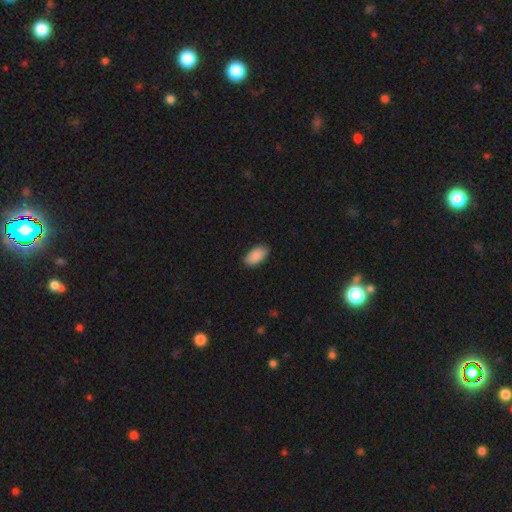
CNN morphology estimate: smooth-or-featured: smooth: 90% | star or artifact: 7% | featured or disk: 3%
  how-rounded: in between: 94% | round: 3% | cigar-shaped: 3%
  merging: none: 85% | minor disturbance: 12% | major disturbance: 2% | merger: 1%